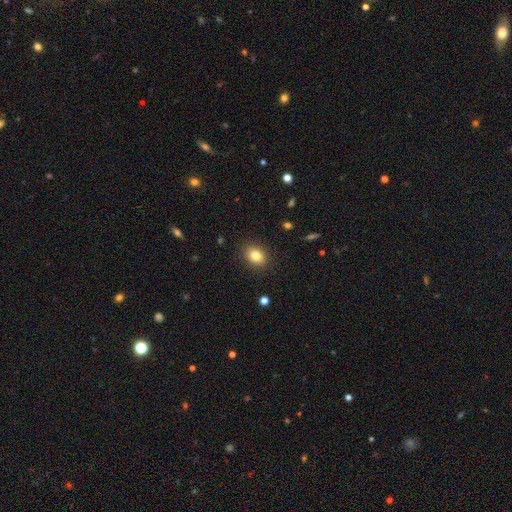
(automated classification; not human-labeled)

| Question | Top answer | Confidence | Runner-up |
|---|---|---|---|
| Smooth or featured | smooth | 82% | star or artifact (10%) |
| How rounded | in between | 58% | round (41%) |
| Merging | none | 89% | minor disturbance (8%) |